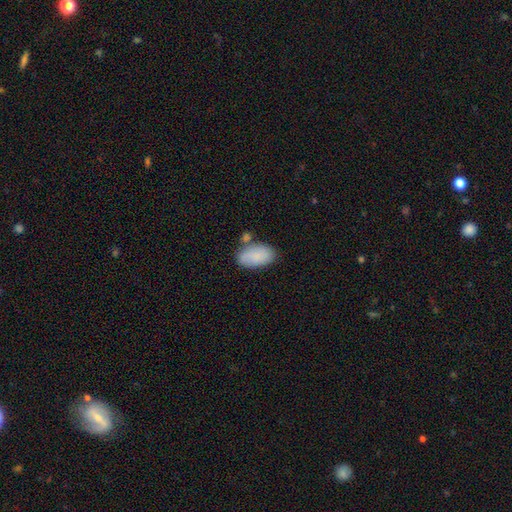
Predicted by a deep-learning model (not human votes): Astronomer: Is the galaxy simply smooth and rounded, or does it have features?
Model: smooth — 82%.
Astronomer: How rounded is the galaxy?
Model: in between — 95%.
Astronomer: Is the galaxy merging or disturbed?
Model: none — 58%.